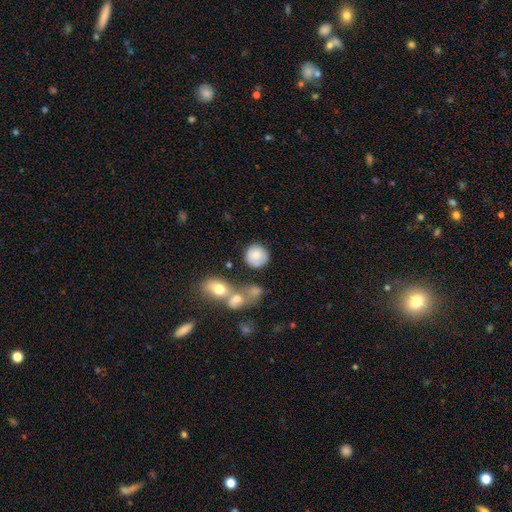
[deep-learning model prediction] Smooth or featured? smooth (79%)
How rounded? round (88%)
Merging? none (65%)